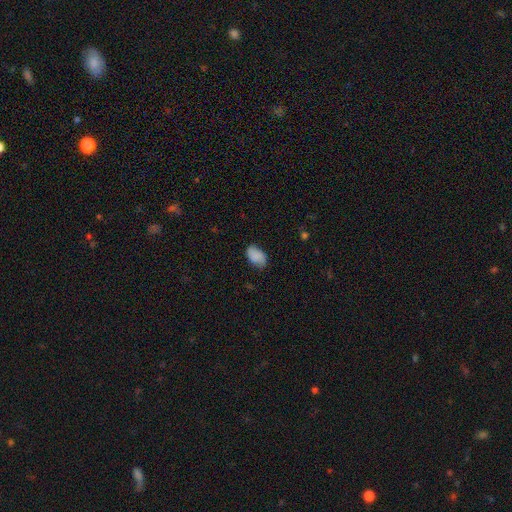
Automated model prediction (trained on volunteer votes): This is clearly a smooth galaxy (83%). How rounded: clearly in between (91%). Merging: likely none (68%).